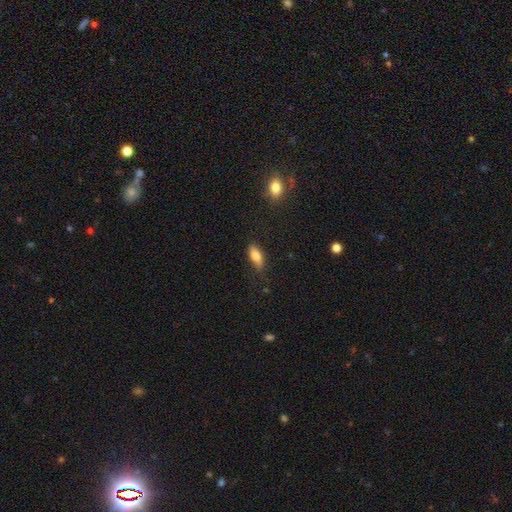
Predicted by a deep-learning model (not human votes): smooth_or_featured: smooth (p=0.79) [alt: featured or disk p=0.14]
how_rounded: in between (p=0.76) [alt: cigar-shaped p=0.21]
merging: none (p=0.74) [alt: minor disturbance p=0.20]